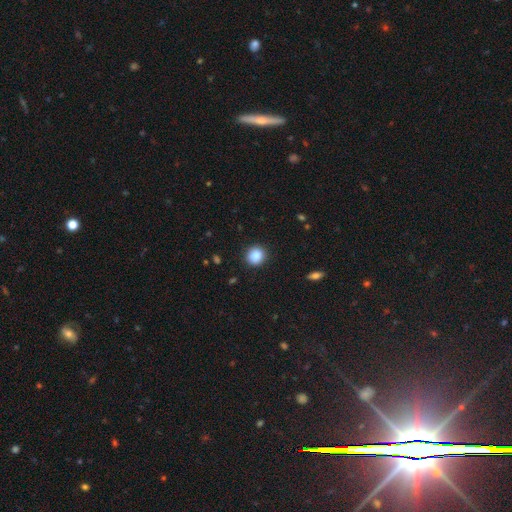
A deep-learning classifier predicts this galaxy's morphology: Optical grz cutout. It shows a smooth galaxy with no disk features (88%) that is round (88%). Merging: none (90%).